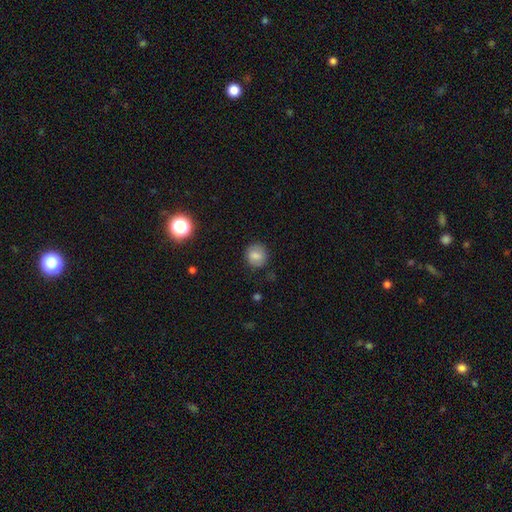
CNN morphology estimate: This appears to be a smooth galaxy with no disk features (78%) that is round (84%). Merging: none (82%).